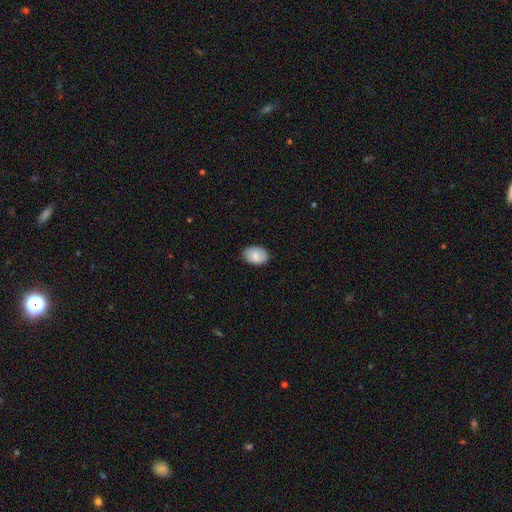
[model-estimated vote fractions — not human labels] smooth_or_featured: smooth (p=0.82) [alt: featured or disk p=0.11]
how_rounded: in between (p=0.82) [alt: round p=0.16]
merging: none (p=0.84) [alt: minor disturbance p=0.13]